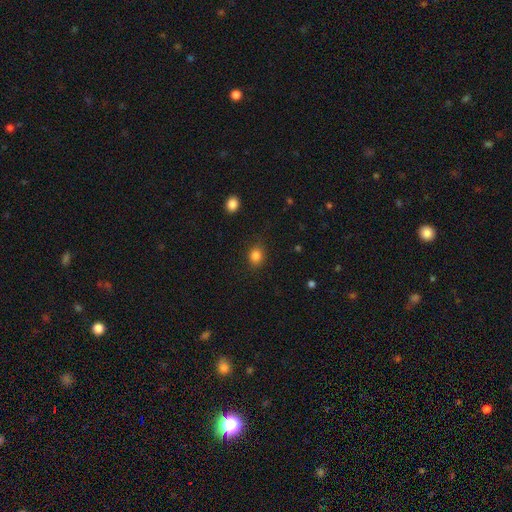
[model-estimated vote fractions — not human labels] Q: Smooth or featured?
A: smooth (84%); runner-up: star or artifact (11%)
Q: How rounded?
A: round (61%); runner-up: in between (38%)
Q: Merging?
A: none (84%); runner-up: minor disturbance (12%)